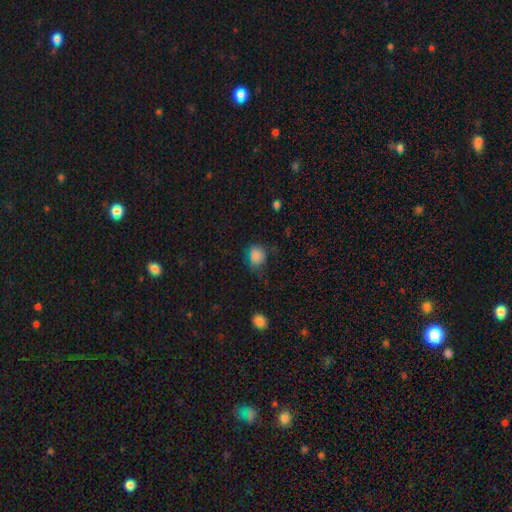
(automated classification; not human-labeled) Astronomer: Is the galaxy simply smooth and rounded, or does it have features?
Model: smooth — 82%.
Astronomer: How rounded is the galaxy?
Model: round — 70%.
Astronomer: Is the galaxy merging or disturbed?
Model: none — 60%.